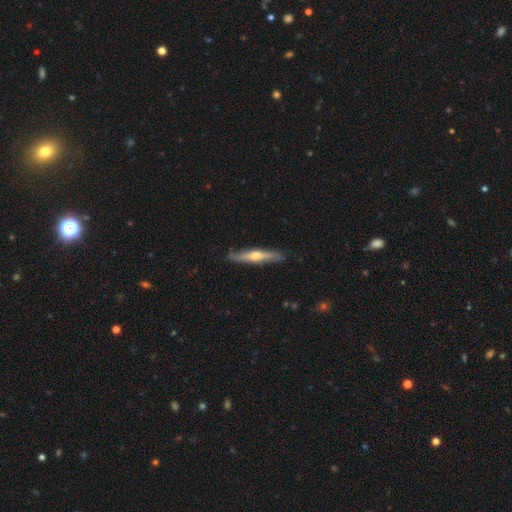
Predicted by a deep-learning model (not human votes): Overall: featured or disk (59%; smooth 36%). Edge-on disk: yes (88%). Edge-on bulge: rounded (86%). Merging: none (83%).